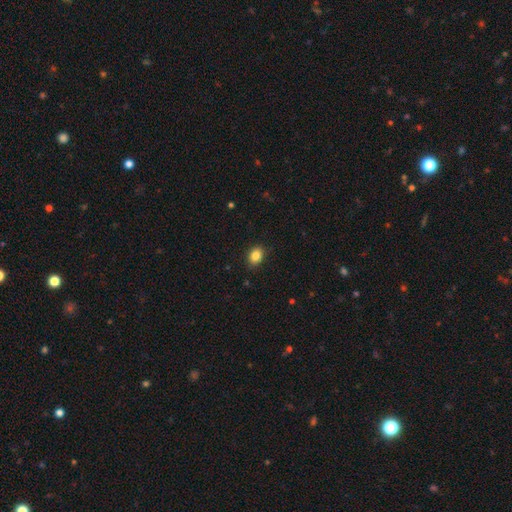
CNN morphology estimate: Smooth or featured: smooth — 85% (star or artifact — 10%)
How rounded: in between — 63% (round — 35%)
Merging: none — 87% (minor disturbance — 10%)